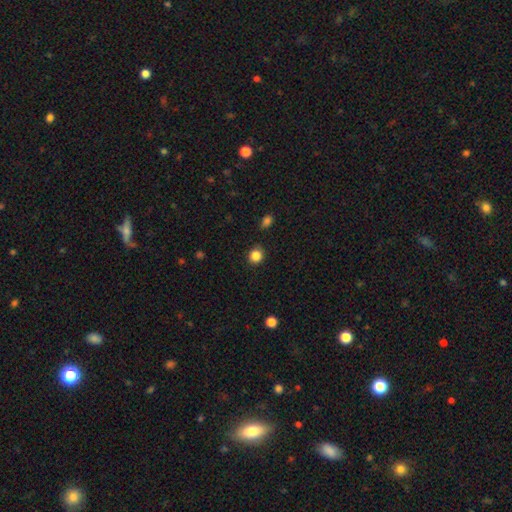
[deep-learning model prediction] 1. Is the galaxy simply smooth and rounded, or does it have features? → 85% smooth, 11% star or artifact, 4% featured or disk.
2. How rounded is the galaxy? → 84% round, 15% in between, 1% cigar-shaped.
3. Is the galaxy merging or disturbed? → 85% none, 11% minor disturbance, 2% major disturbance, 2% merger.